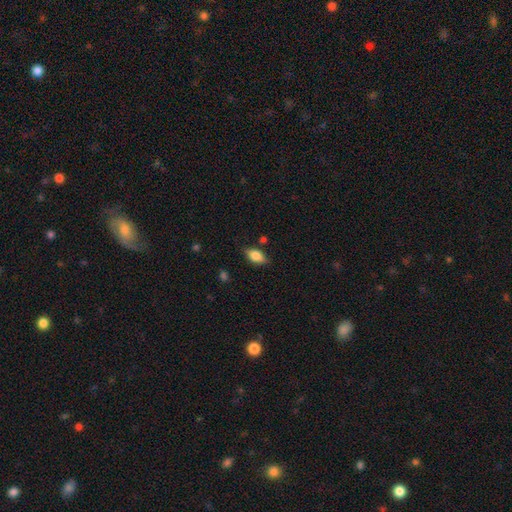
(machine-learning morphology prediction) smooth-or-featured: smooth: 80% | featured or disk: 13% | star or artifact: 8%
  how-rounded: in between: 89% | cigar-shaped: 6% | round: 5%
  merging: none: 80% | minor disturbance: 15% | major disturbance: 3% | merger: 2%